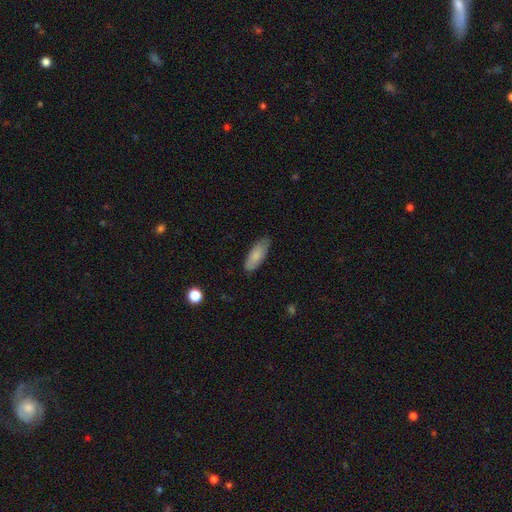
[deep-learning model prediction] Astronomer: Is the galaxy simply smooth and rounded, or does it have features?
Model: smooth — 79%.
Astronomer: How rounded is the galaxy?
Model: in between — 76%.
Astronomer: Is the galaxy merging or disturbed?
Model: none — 76%.